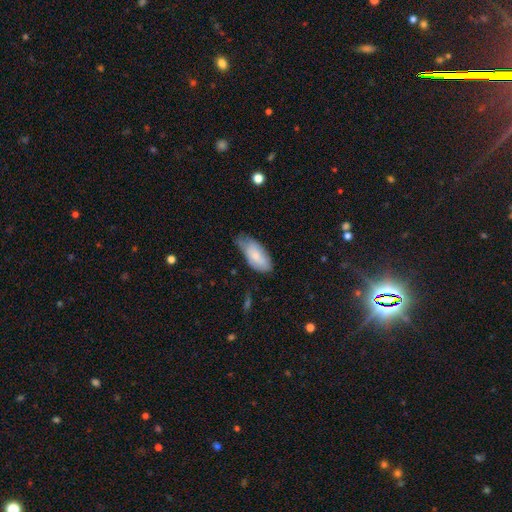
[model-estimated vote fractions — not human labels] A smooth galaxy with no disk features (74%) that is in between round and cigar-shaped (91%).

Vote fractions:
- Smooth or featured? smooth: 74% / featured or disk: 20% / star or artifact: 6%
- How rounded? in between: 91% / cigar-shaped: 7% / round: 2%
- Merging? minor disturbance: 44% / none: 42% / major disturbance: 11% / merger: 2%